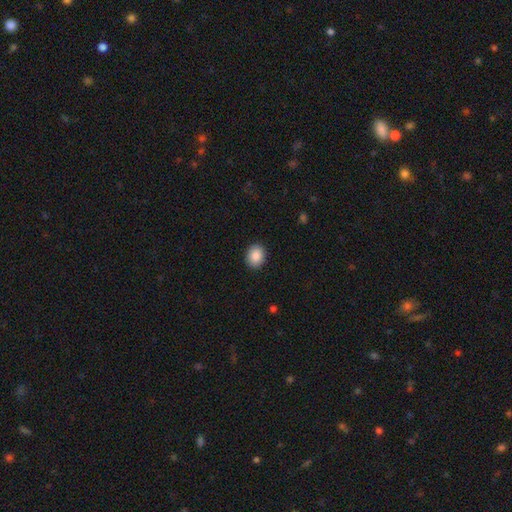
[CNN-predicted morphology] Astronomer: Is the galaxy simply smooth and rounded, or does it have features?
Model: smooth — 87%.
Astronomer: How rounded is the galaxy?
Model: round — 54% (runner-up: in between, 46%).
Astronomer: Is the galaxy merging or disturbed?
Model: none — 91%.